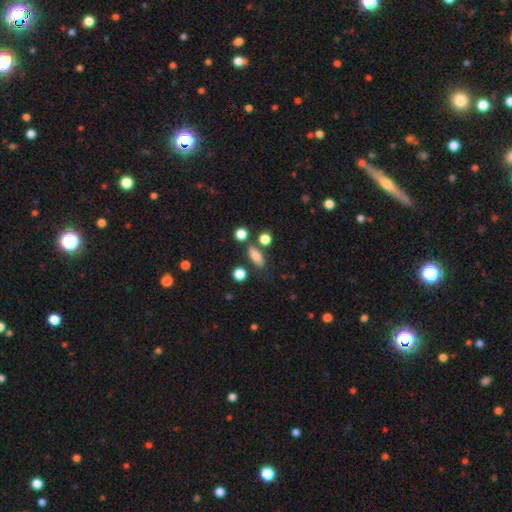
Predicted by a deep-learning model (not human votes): Smooth or featured: smooth — 81% (star or artifact — 11%)
How rounded: in between — 71% (cigar-shaped — 19%)
Merging: none — 72% (minor disturbance — 14%)